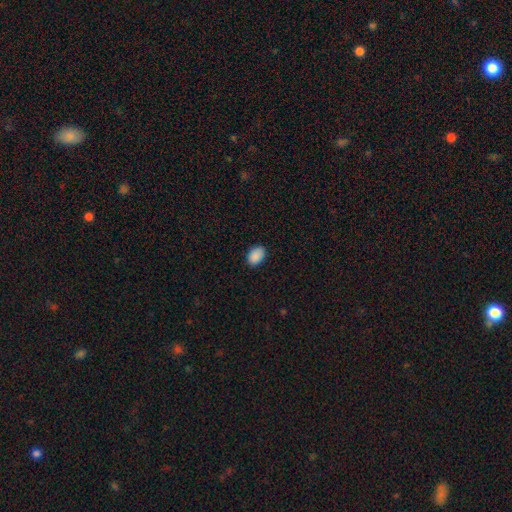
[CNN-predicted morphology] smooth 90%, star or artifact 8%, featured or disk 3%. Down the decision tree: how rounded — in between (82%); merging — none (87%).